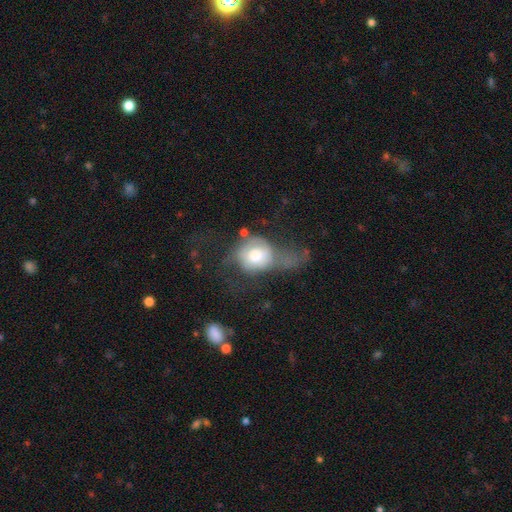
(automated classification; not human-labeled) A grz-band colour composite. It shows a smooth galaxy with no disk features (59%) that is round (68%). Merging: major disturbance (53%).